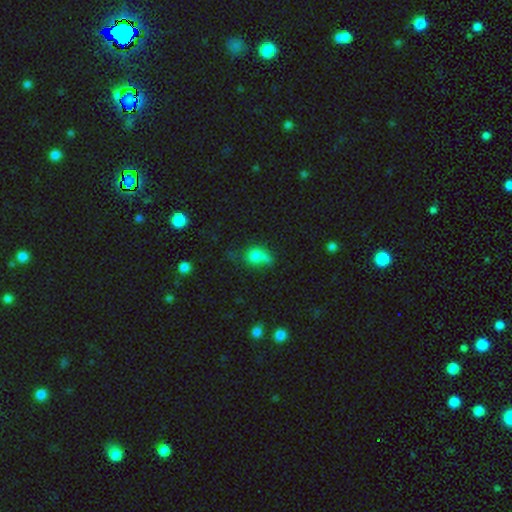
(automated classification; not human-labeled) This is likely a smooth galaxy (73%). How rounded: possibly in between (60%). Merging: marginally none (34%).